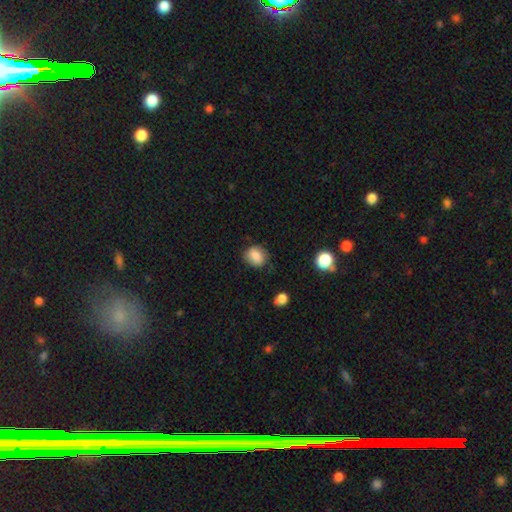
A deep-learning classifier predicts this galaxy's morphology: Overall: smooth (81%). How rounded: round (64%; in between 35%). Merging: none (74%).